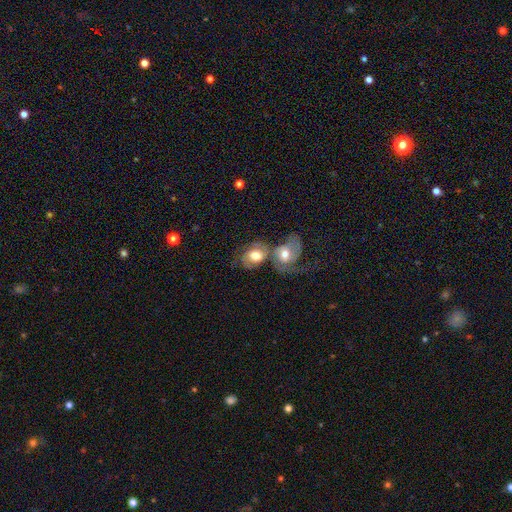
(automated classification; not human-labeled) A smooth galaxy with no disk features (47%).

Vote fractions:
- Smooth or featured? smooth: 47% / featured or disk: 46% / star or artifact: 7%
- Merging? merger: 67% / none: 16% / major disturbance: 9% / minor disturbance: 8%